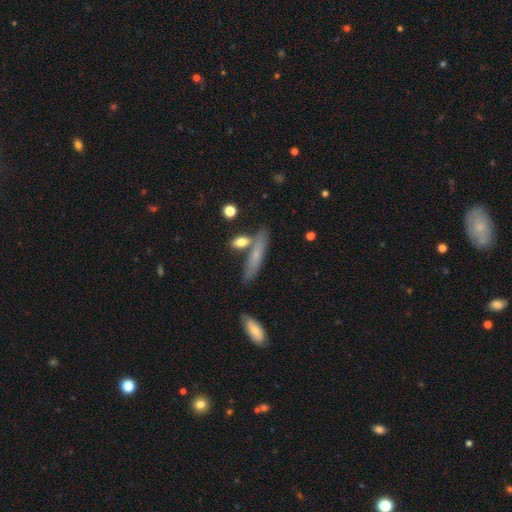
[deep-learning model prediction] Morphology: type=smooth (64%); roundness=cigar-shaped (80%); merging=none (67%).